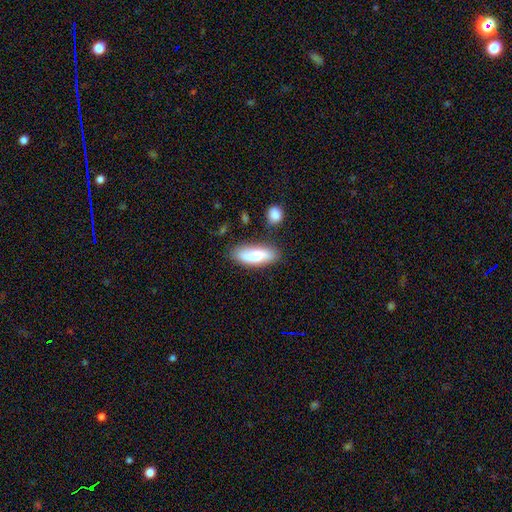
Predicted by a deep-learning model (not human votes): A smooth galaxy with no disk features (71%) that is in between round and cigar-shaped (66%).

Vote fractions:
- Smooth or featured? smooth: 71% / featured or disk: 23% / star or artifact: 6%
- How rounded? in between: 66% / cigar-shaped: 31% / round: 3%
- Merging? none: 79% / minor disturbance: 14% / merger: 4% / major disturbance: 3%